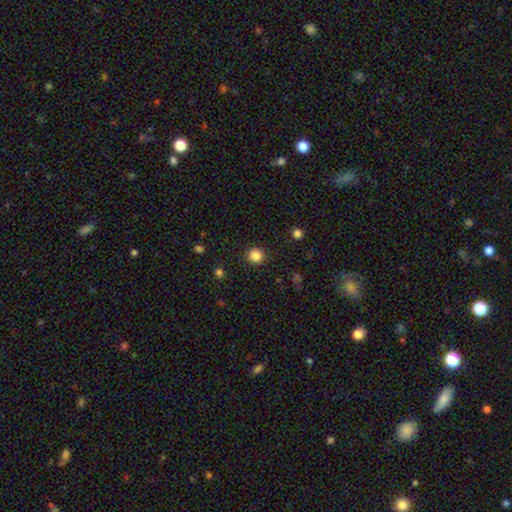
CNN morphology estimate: smooth_or_featured: smooth (p=0.85) [alt: star or artifact p=0.11]
how_rounded: round (p=0.94) [alt: in between p=0.05]
merging: none (p=0.90) [alt: minor disturbance p=0.06]